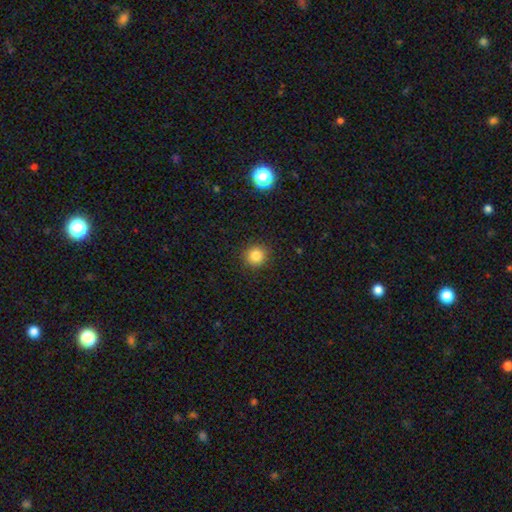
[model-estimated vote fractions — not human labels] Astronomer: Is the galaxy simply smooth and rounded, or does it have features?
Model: smooth — 83%.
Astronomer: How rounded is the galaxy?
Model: round — 92%.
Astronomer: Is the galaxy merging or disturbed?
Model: none — 90%.